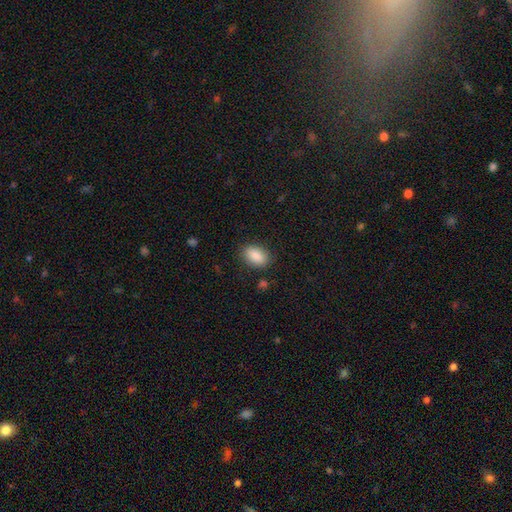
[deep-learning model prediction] This is clearly a smooth galaxy (88%). How rounded: clearly in between (89%). Merging: clearly none (85%).